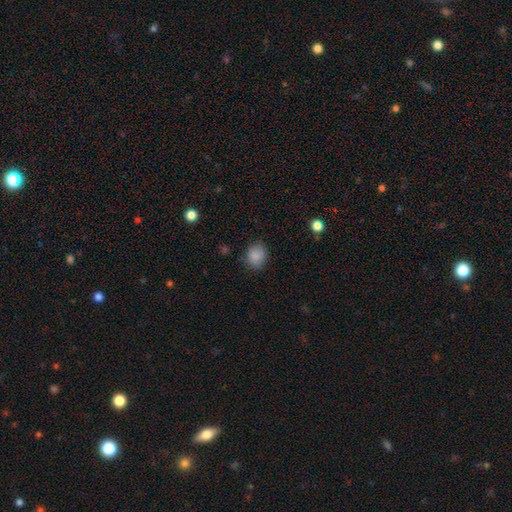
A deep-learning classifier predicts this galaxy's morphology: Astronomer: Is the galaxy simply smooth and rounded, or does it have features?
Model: smooth — 87%.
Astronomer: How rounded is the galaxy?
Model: round — 67%.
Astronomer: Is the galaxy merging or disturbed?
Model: none — 84%.